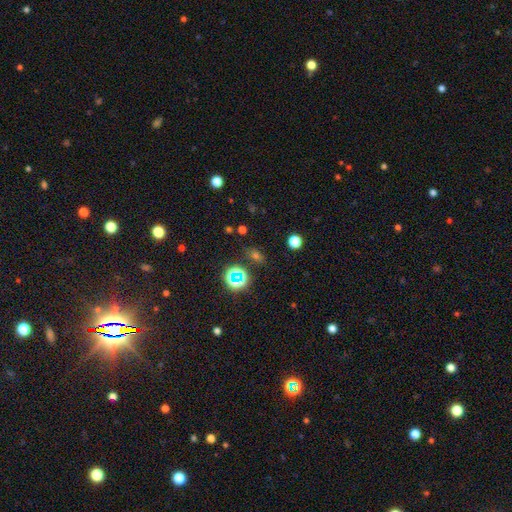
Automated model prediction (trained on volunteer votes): Q: Smooth or featured?
A: smooth (48%); runner-up: star or artifact (42%)
Q: Merging?
A: none (82%); runner-up: minor disturbance (10%)